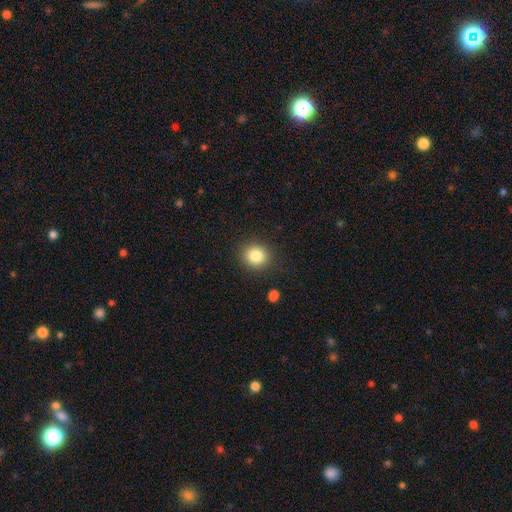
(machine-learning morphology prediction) smooth_or_featured: smooth (p=0.83) [alt: star or artifact p=0.10]
how_rounded: round (p=0.84) [alt: in between p=0.15]
merging: none (p=0.89) [alt: minor disturbance p=0.07]